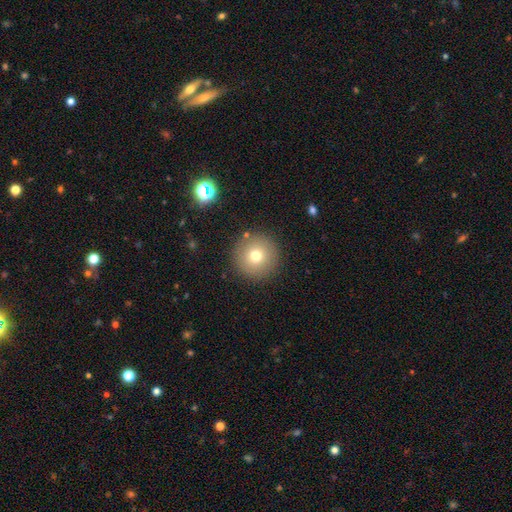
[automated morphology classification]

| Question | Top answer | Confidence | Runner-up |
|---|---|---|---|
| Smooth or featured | smooth | 73% | featured or disk (14%) |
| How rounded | round | 97% | in between (3%) |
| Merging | none | 89% | minor disturbance (6%) |